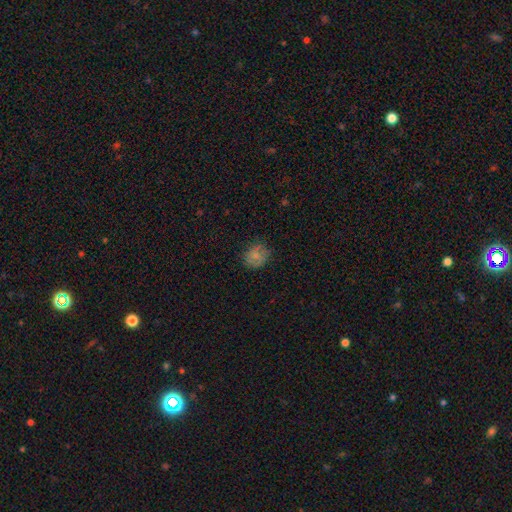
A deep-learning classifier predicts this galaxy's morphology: The model was most divided on "how rounded": round: 75%, in between: 25%, cigar-shaped: 1%. More confident: merging — none (75%); smooth or featured — smooth (74%).